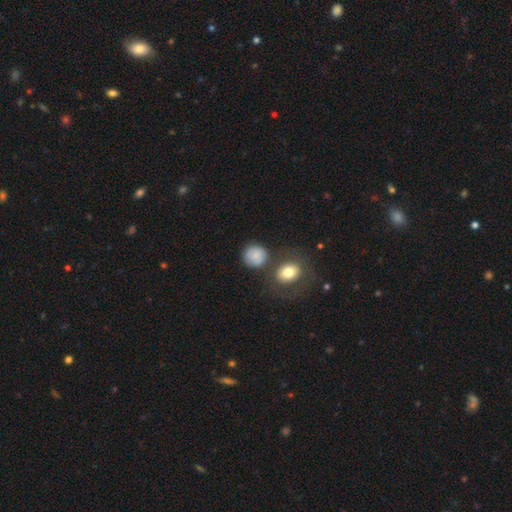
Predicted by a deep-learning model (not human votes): Smooth or featured? smooth (78%)
How rounded? round (86%)
Merging? none (65%)